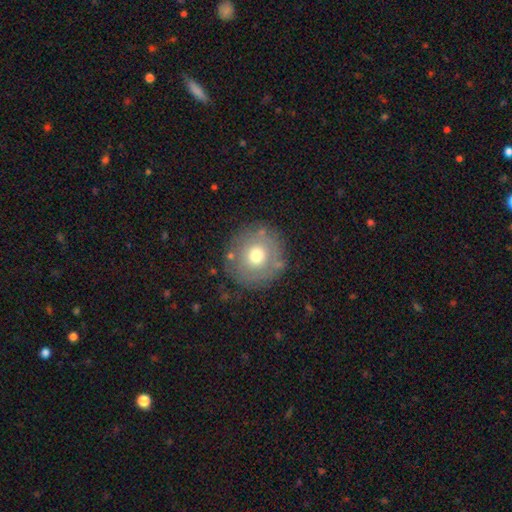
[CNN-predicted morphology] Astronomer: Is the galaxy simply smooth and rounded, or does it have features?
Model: smooth — 64%.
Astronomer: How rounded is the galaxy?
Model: round — 92%.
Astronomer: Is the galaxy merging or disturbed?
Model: none — 81%.